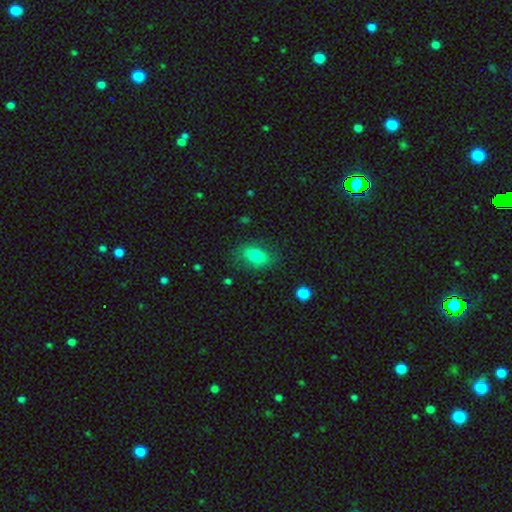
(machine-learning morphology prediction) smooth-or-featured: smooth: 79% | featured or disk: 13% | star or artifact: 8%
  how-rounded: in between: 84% | round: 12% | cigar-shaped: 4%
  merging: none: 75% | minor disturbance: 17% | major disturbance: 6% | merger: 2%